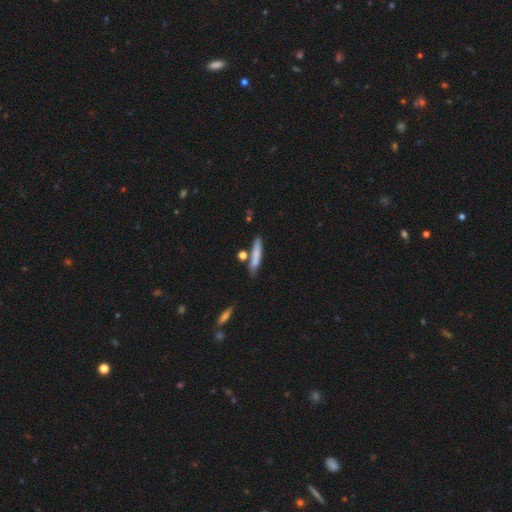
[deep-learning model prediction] Smooth or featured: smooth — 76% (featured or disk — 17%)
How rounded: cigar-shaped — 87% (in between — 11%)
Merging: none — 73% (minor disturbance — 14%)